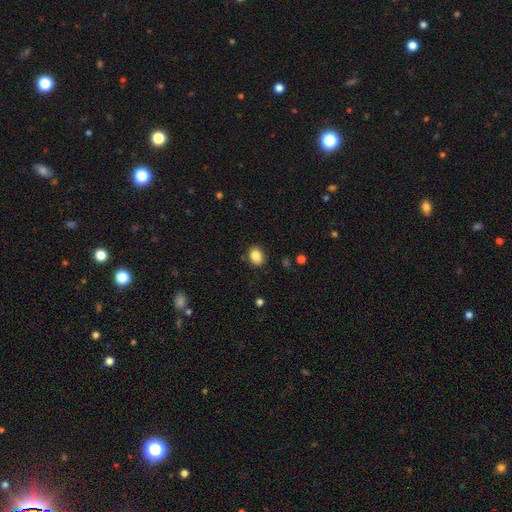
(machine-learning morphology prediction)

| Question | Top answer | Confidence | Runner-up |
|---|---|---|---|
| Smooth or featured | smooth | 87% | star or artifact (9%) |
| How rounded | in between | 68% | round (31%) |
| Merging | none | 87% | minor disturbance (10%) |